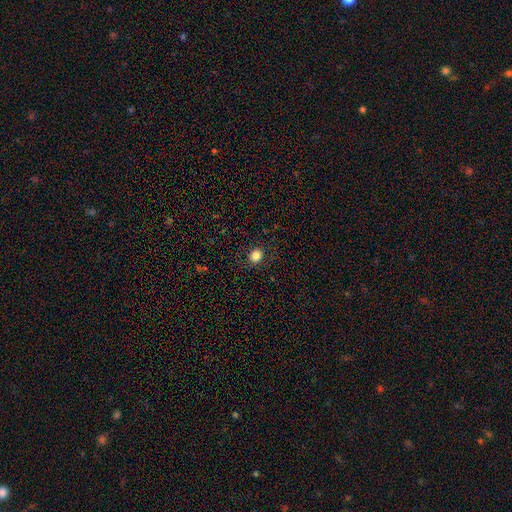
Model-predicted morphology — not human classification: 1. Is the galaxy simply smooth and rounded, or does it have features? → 83% smooth, 12% star or artifact, 6% featured or disk.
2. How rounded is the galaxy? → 78% round, 21% in between, 1% cigar-shaped.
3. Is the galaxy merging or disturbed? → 87% none, 8% minor disturbance, 3% major disturbance, 1% merger.